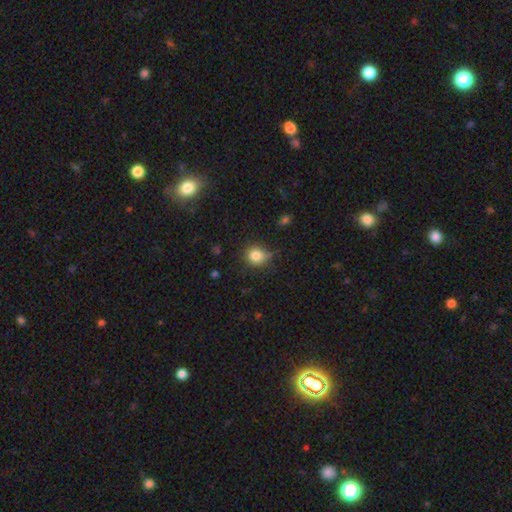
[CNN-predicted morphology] smooth_or_featured: smooth (p=0.82) [alt: star or artifact p=0.11]
how_rounded: round (p=0.79) [alt: in between p=0.20]
merging: none (p=0.73) [alt: minor disturbance p=0.20]